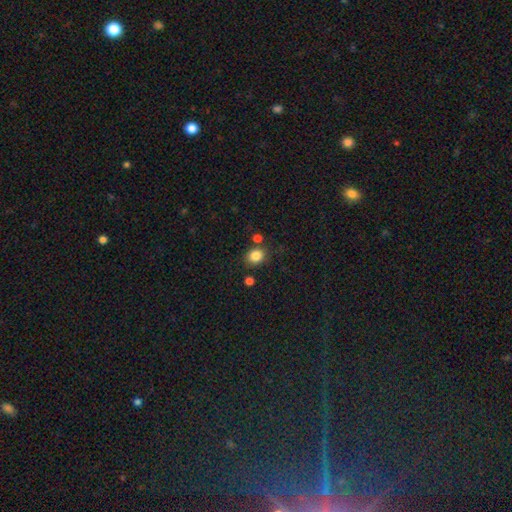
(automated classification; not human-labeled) smooth_or_featured: smooth (p=0.85) [alt: star or artifact p=0.10]
how_rounded: round (p=0.59) [alt: in between p=0.40]
merging: none (p=0.76) [alt: minor disturbance p=0.12]